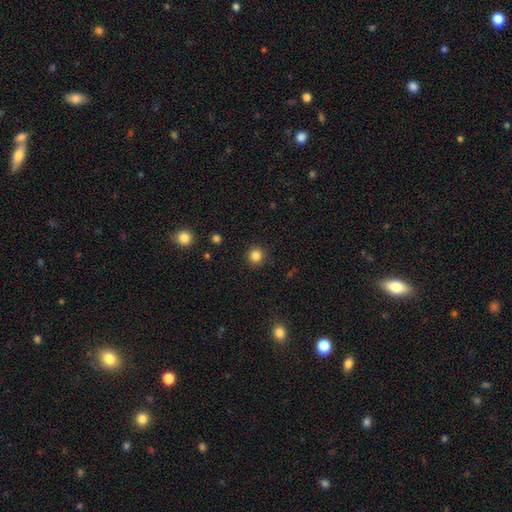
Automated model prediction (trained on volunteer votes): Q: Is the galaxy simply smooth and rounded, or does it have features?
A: smooth — 84%.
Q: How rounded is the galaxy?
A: round — 94%.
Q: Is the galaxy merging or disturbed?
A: none — 91%.